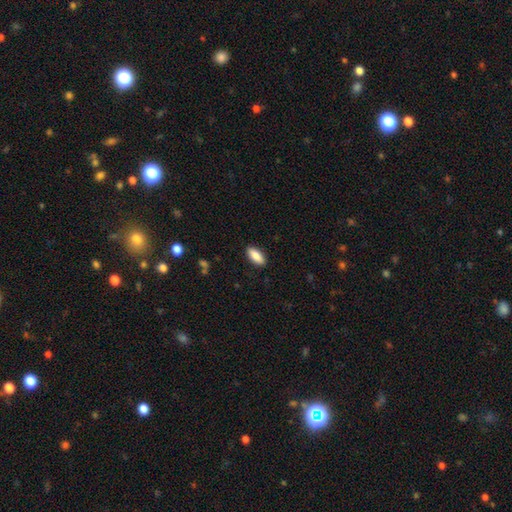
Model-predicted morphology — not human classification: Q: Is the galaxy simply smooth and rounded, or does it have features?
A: smooth — 87%.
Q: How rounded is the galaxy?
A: in between — 85%.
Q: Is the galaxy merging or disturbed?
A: none — 89%.